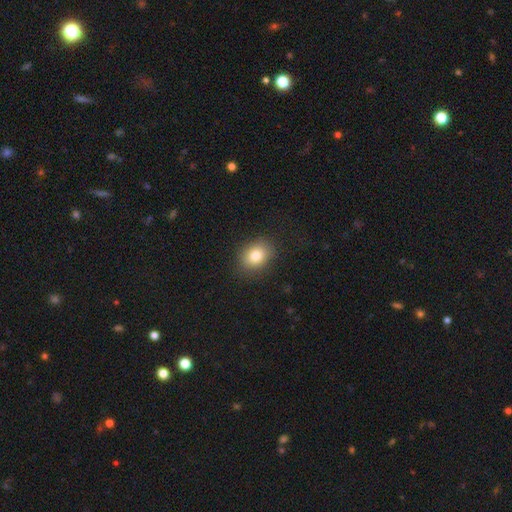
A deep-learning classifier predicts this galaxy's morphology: Smooth or featured: smooth — 80% (star or artifact — 11%)
How rounded: in between — 52% (round — 47%)
Merging: none — 86% (minor disturbance — 10%)